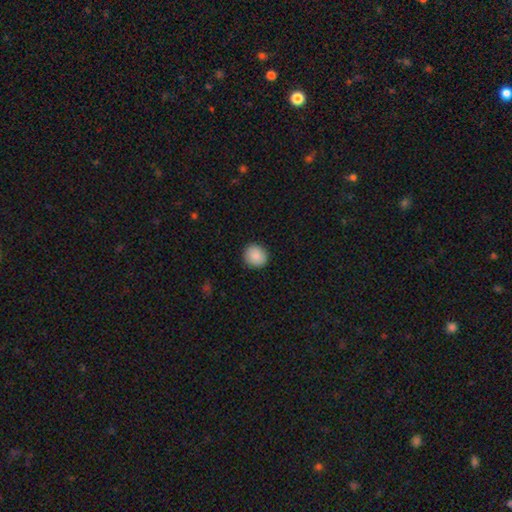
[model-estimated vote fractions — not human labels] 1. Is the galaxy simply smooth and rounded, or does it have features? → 89% smooth, 7% star or artifact, 4% featured or disk.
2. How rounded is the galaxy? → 90% round, 9% in between, 1% cigar-shaped.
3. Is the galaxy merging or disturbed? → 91% none, 6% minor disturbance, 2% major disturbance, 1% merger.